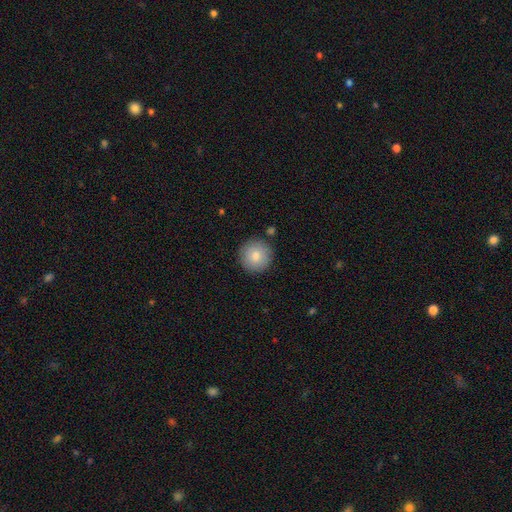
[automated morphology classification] This is clearly a smooth galaxy (82%). How rounded: clearly round (96%). Merging: clearly none (88%).